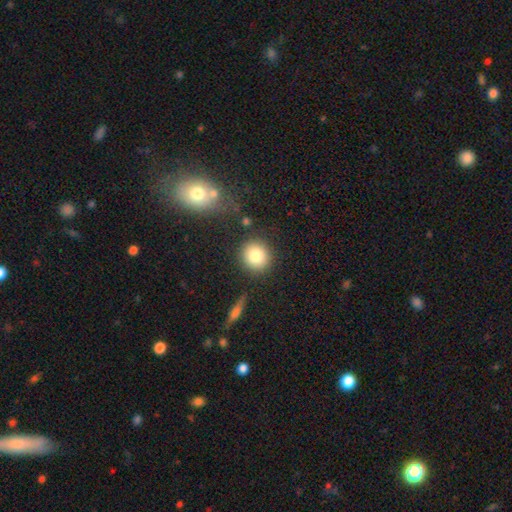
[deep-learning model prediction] This appears to be a smooth galaxy with no disk features (82%) that is round (90%). Merging: none (86%).